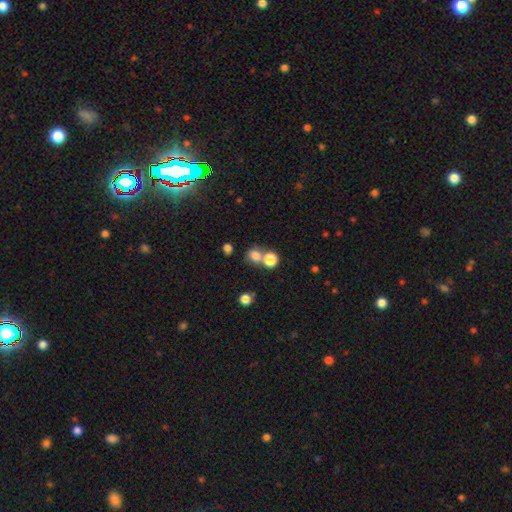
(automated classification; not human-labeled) Morphology: type=smooth (75%); roundness=round (76%); merging=none (53%).